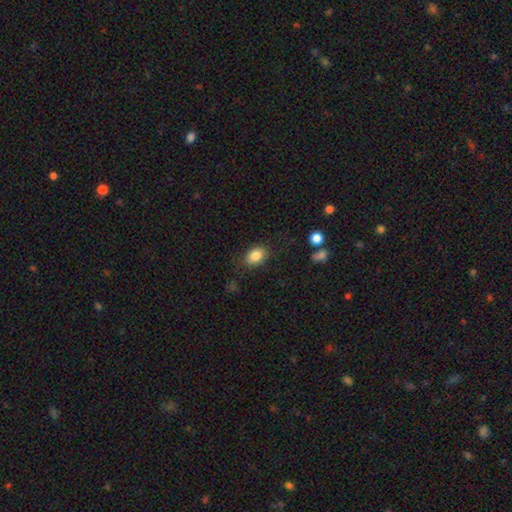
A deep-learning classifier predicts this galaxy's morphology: Overall: smooth (84%). How rounded: in between (77%). Merging: none (78%).